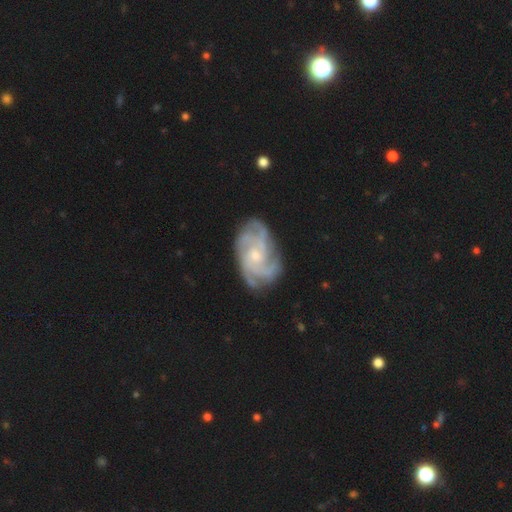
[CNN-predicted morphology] Smooth or featured?
  - featured or disk: 87% *
  - smooth: 8%
  - star or artifact: 6%
Edge-on disk?
  - no: 97% *
  - yes: 3%
Bar?
  - no: 69% *
  - weak: 27%
  - strong: 4%
Spiral arms?
  - yes: 97% *
  - no: 3%
Spiral winding?
  - tight: 51% *
  - medium: 39%
  - loose: 10%
Spiral arm count?
  - 4: 33% *
  - 3: 23%
  - can't tell: 20%
  - 2: 9%
  - more than 4: 8%
  - 1: 6%
Bulge size?
  - small: 54% *
  - moderate: 41%
  - none: 3%
  - large: 2%
  - dominant: 1%
Merging?
  - none: 74% *
  - minor disturbance: 18%
  - major disturbance: 7%
  - merger: 1%